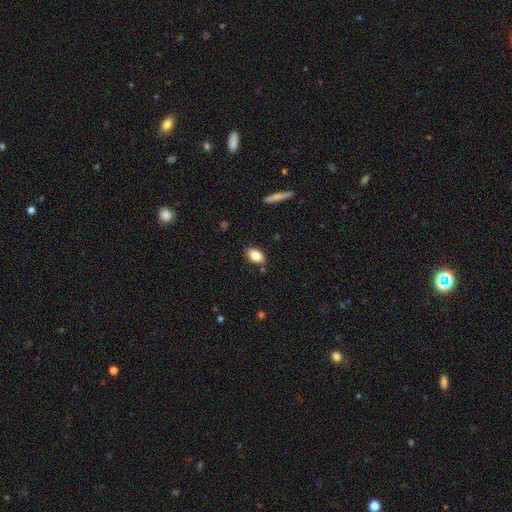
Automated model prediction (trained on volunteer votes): The model was most divided on "merging": none: 84%, minor disturbance: 12%, major disturbance: 2%, merger: 2%. More confident: how rounded — in between (89%); smooth or featured — smooth (84%).